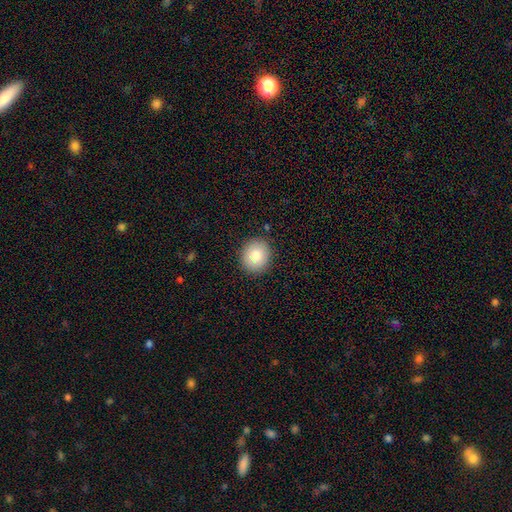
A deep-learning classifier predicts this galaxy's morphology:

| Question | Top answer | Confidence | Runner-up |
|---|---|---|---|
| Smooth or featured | smooth | 82% | featured or disk (9%) |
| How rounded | round | 78% | in between (21%) |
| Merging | none | 89% | minor disturbance (8%) |